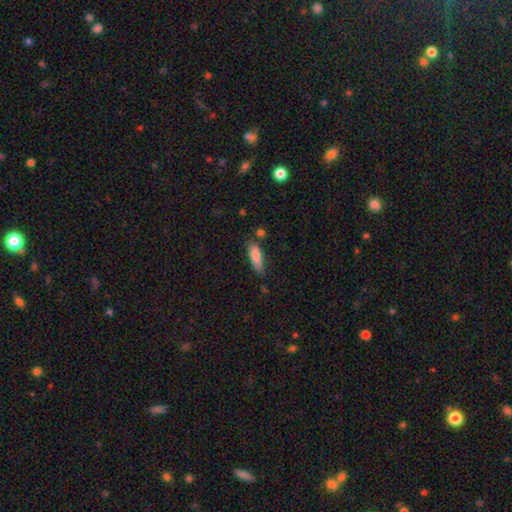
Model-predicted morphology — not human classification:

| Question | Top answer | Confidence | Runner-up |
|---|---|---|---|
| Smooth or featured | smooth | 84% | featured or disk (10%) |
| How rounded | in between | 54% | cigar-shaped (45%) |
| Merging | none | 67% | minor disturbance (23%) |